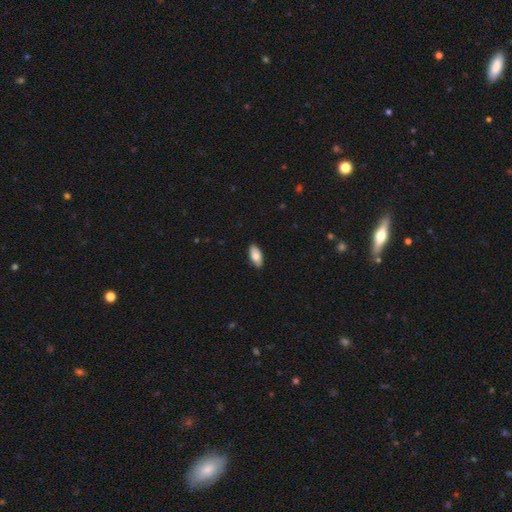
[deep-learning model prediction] A smooth galaxy with no disk features (82%) that is in between round and cigar-shaped (90%).

Vote fractions:
- Smooth or featured? smooth: 82% / featured or disk: 12% / star or artifact: 6%
- How rounded? in between: 90% / cigar-shaped: 8% / round: 2%
- Merging? none: 87% / minor disturbance: 10% / major disturbance: 2% / merger: 1%